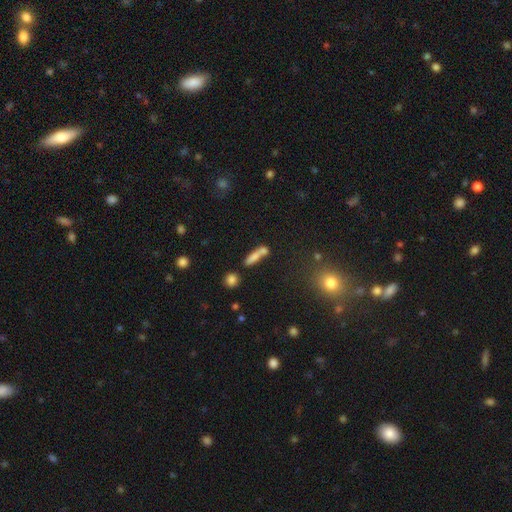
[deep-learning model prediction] Smooth or featured? Predicted: smooth (p=0.70). How rounded? Predicted: cigar-shaped (p=0.72). Merging? Predicted: none (p=0.47).